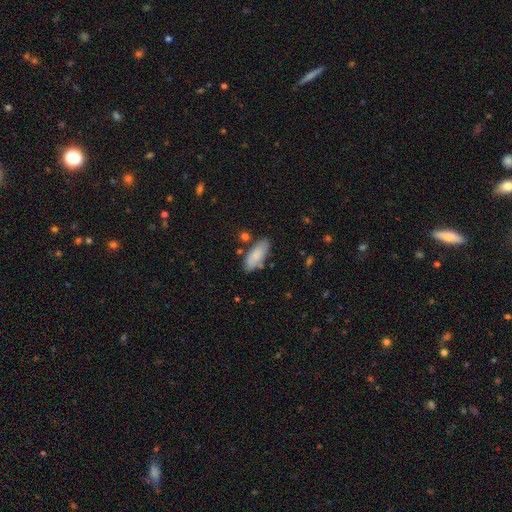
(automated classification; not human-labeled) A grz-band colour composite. It shows a smooth galaxy with no disk features (83%) that is in between round and cigar-shaped (80%). Merging: none (75%).